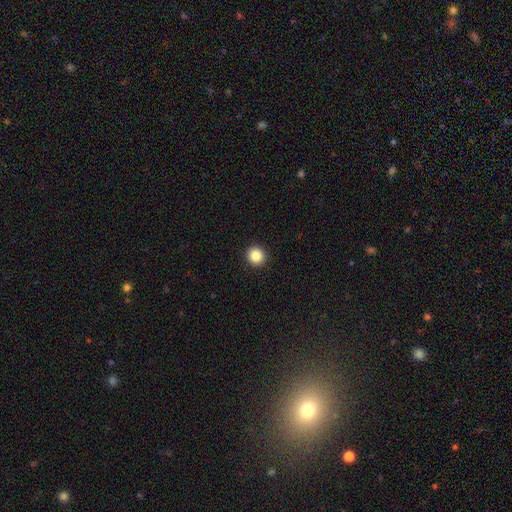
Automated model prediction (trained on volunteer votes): Q: Smooth or featured?
A: smooth (87%); runner-up: star or artifact (10%)
Q: How rounded?
A: round (94%); runner-up: in between (5%)
Q: Merging?
A: none (93%); runner-up: minor disturbance (4%)